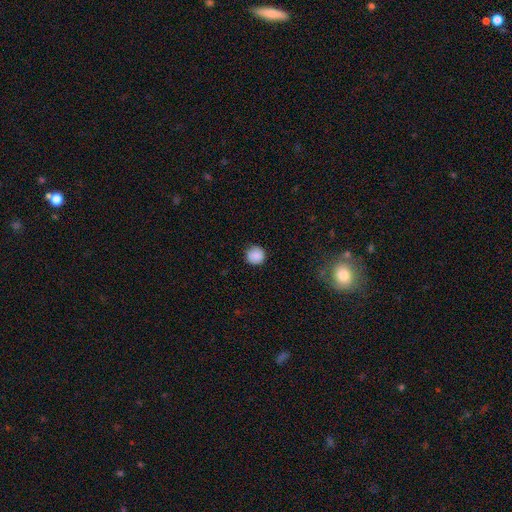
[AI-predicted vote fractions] Smooth or featured?
  - smooth: 88% *
  - star or artifact: 9%
  - featured or disk: 3%
How rounded?
  - round: 95% *
  - in between: 4%
  - cigar-shaped: 1%
Merging?
  - none: 89% *
  - minor disturbance: 8%
  - major disturbance: 2%
  - merger: 1%